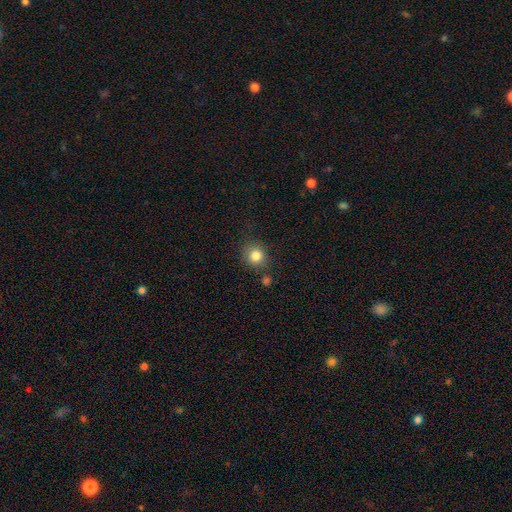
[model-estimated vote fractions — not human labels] Morphology: type=smooth (83%); roundness=round (86%); merging=none (80%).